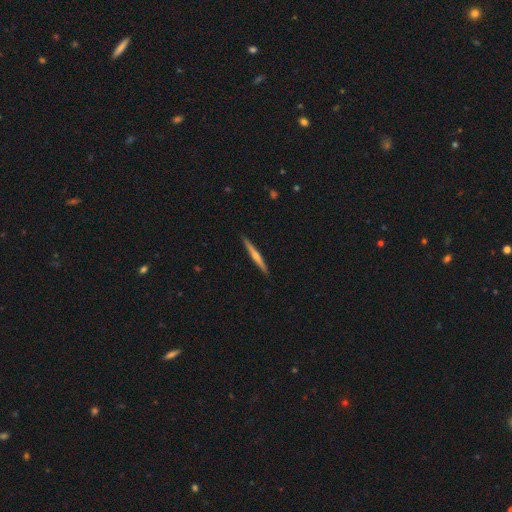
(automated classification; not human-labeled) A featured or disk galaxy (67%) viewed edge-on (98%) with a rounded central bulge (76%). Merging: none (92%).